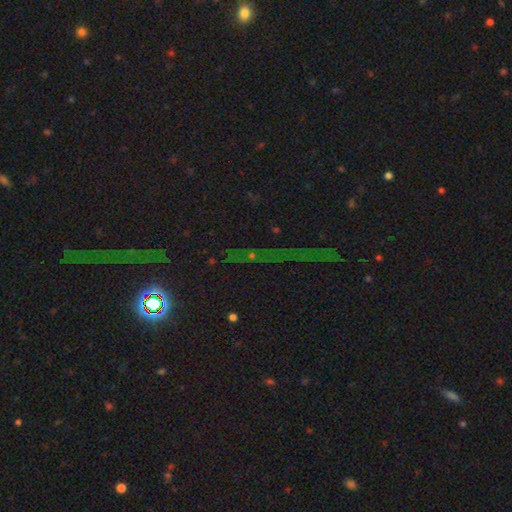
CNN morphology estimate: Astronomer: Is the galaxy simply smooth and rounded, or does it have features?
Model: star or artifact — 79%.